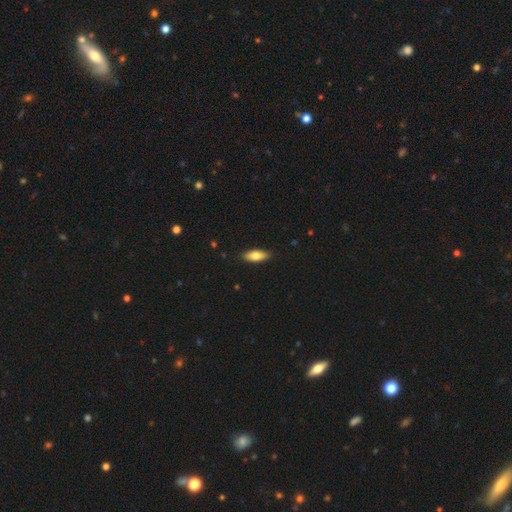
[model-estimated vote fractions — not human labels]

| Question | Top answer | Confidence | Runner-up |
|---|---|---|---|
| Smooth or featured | smooth | 76% | featured or disk (18%) |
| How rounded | in between | 75% | cigar-shaped (23%) |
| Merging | none | 88% | minor disturbance (9%) |